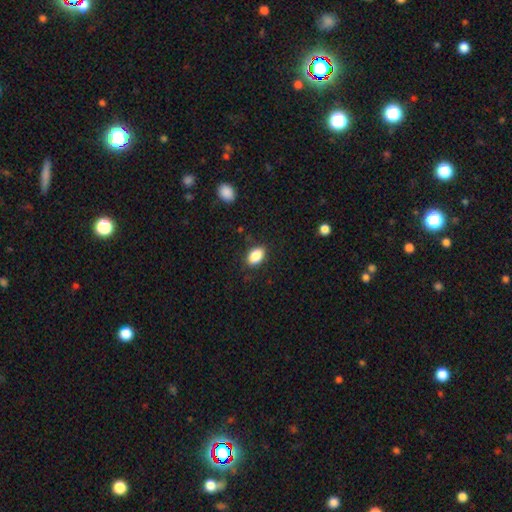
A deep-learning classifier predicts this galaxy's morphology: Smooth or featured?
  - smooth: 87% *
  - star or artifact: 8%
  - featured or disk: 5%
How rounded?
  - in between: 88% *
  - round: 10%
  - cigar-shaped: 2%
Merging?
  - none: 85% *
  - minor disturbance: 11%
  - major disturbance: 3%
  - merger: 1%